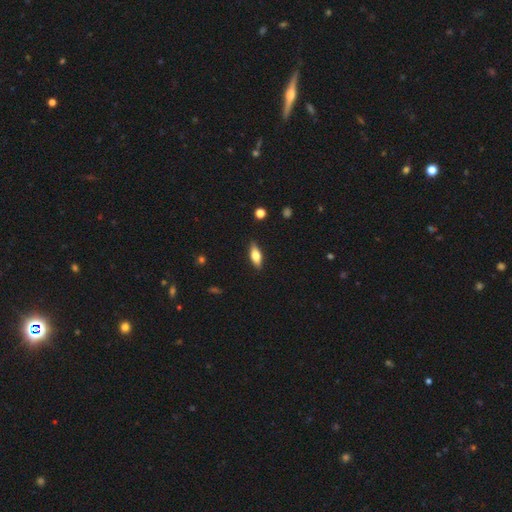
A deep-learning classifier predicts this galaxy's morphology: type=smooth (65%); roundness=in between (64%); merging=none (87%).